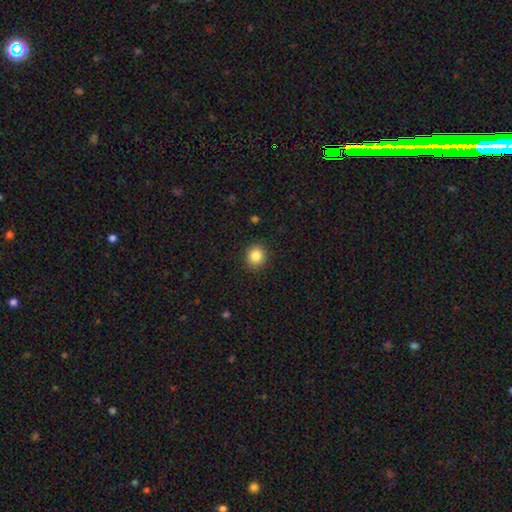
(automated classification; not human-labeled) The model was most divided on "how rounded": round: 80%, in between: 19%, cigar-shaped: 1%. More confident: merging — none (90%); smooth or featured — smooth (85%).